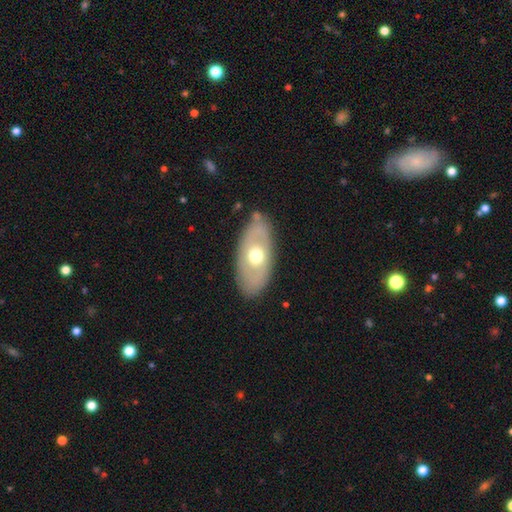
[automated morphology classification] A smooth galaxy with no disk features (47%, tied with featured or disk).

Vote fractions:
- Smooth or featured? smooth: 47% (tied) / featured or disk: 47% (tied) / star or artifact: 6%
- Merging? none: 80% / minor disturbance: 13% / major disturbance: 4% / merger: 2%